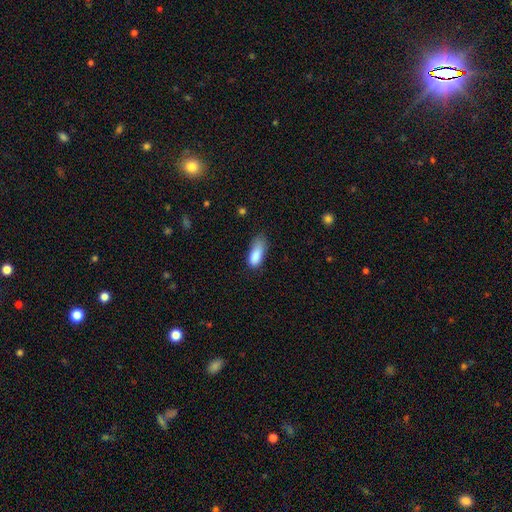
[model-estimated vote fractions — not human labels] A smooth galaxy with no disk features (85%) that is in between round and cigar-shaped (77%). Merging: none (44%).